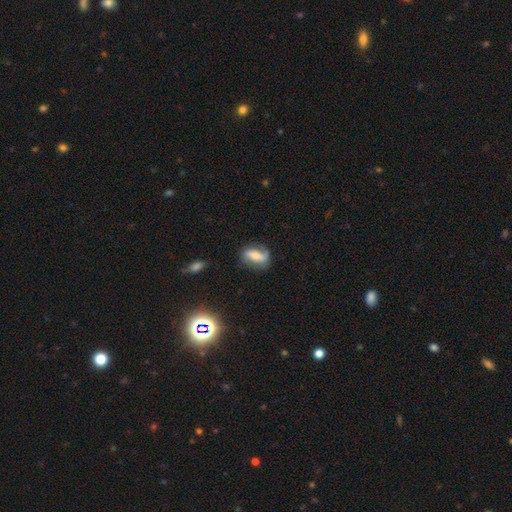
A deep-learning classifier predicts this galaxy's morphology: Smooth or featured? Predicted: featured or disk (p=0.48). Merging? Predicted: none (p=0.64).